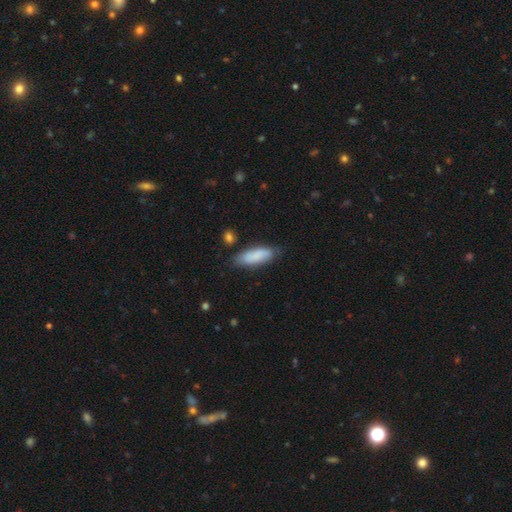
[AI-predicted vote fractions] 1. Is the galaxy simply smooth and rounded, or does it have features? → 81% smooth, 13% featured or disk, 6% star or artifact.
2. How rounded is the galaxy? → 66% in between, 32% cigar-shaped, 2% round.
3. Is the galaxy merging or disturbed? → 75% none, 18% minor disturbance, 4% major disturbance, 3% merger.